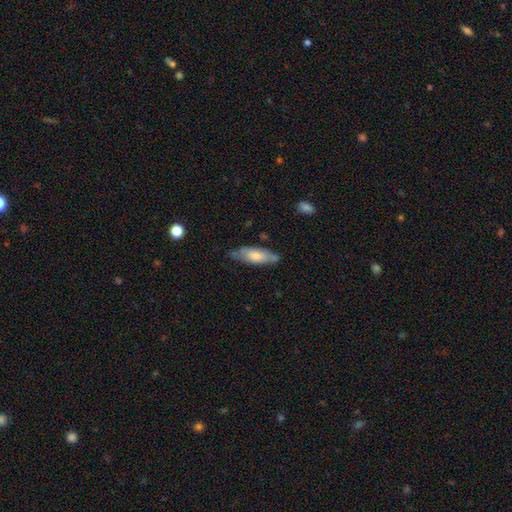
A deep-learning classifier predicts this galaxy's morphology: smooth_or_featured: smooth (p=0.67) [alt: featured or disk p=0.27]
how_rounded: in between (p=0.66) [alt: cigar-shaped p=0.32]
merging: none (p=0.63) [alt: minor disturbance p=0.26]